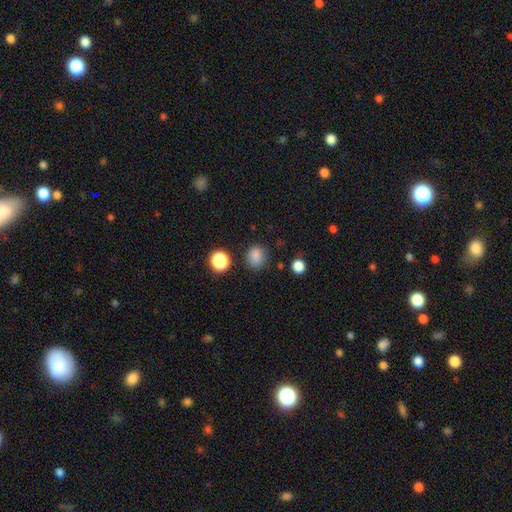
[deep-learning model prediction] smooth-or-featured: smooth: 83% | star or artifact: 13% | featured or disk: 4%
  how-rounded: round: 68% | in between: 31% | cigar-shaped: 1%
  merging: none: 80% | minor disturbance: 13% | major disturbance: 4% | merger: 3%